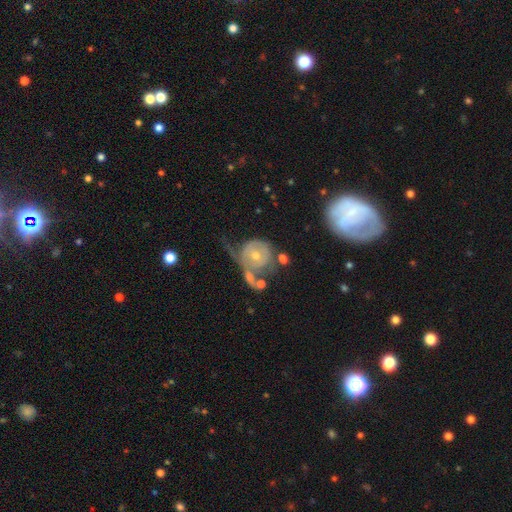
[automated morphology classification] This appears to be a featured or disk galaxy (66%) with no bar (80%), spiral arms (69%) and a small central bulge (49%). Merging: none (32%).